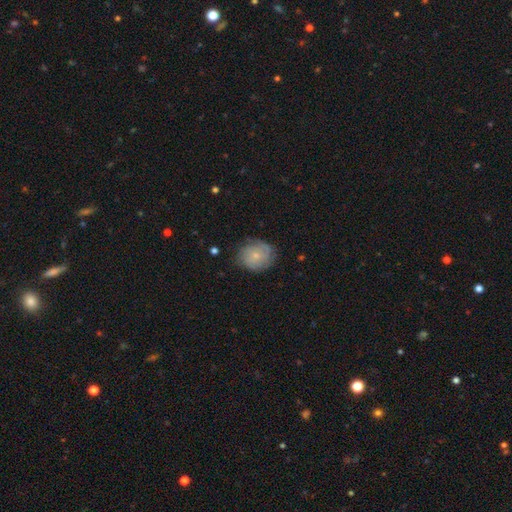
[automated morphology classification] smooth_or_featured: smooth (p=0.58) [alt: featured or disk p=0.34]
how_rounded: round (p=0.72) [alt: in between p=0.27]
merging: none (p=0.72) [alt: minor disturbance p=0.21]